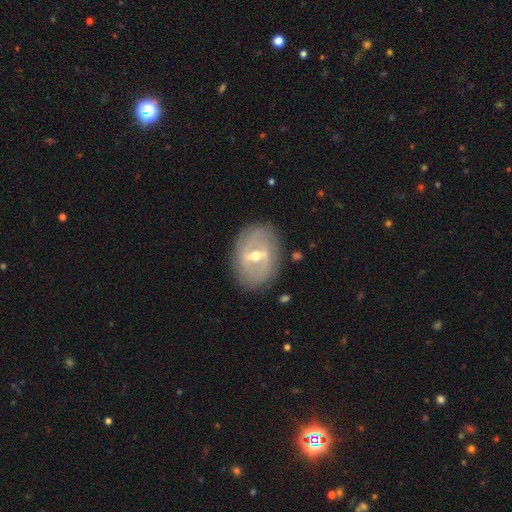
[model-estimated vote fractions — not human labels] Q: Smooth or featured?
A: featured or disk (76%); runner-up: smooth (16%)
Q: Edge-on disk?
A: no (93%); runner-up: yes (7%)
Q: Bar?
A: strong (45%); runner-up: weak (44%)
Q: Spiral arms?
A: yes (67%); runner-up: no (33%)
Q: Bulge size?
A: moderate (61%); runner-up: small (35%)
Q: Merging?
A: none (80%); runner-up: minor disturbance (14%)